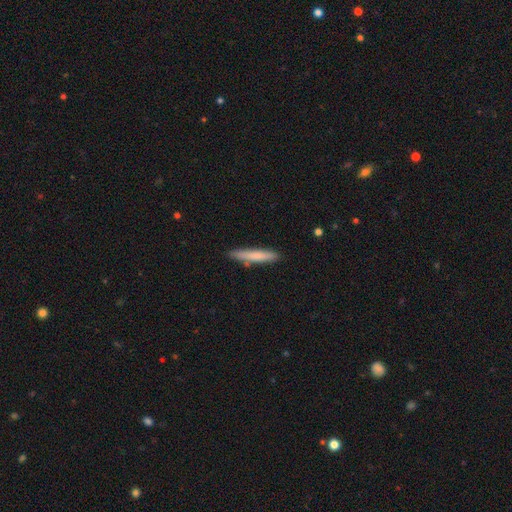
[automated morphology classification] smooth_or_featured: smooth (p=0.74) [alt: featured or disk p=0.20]
how_rounded: cigar-shaped (p=0.93) [alt: in between p=0.06]
merging: none (p=0.84) [alt: minor disturbance p=0.11]